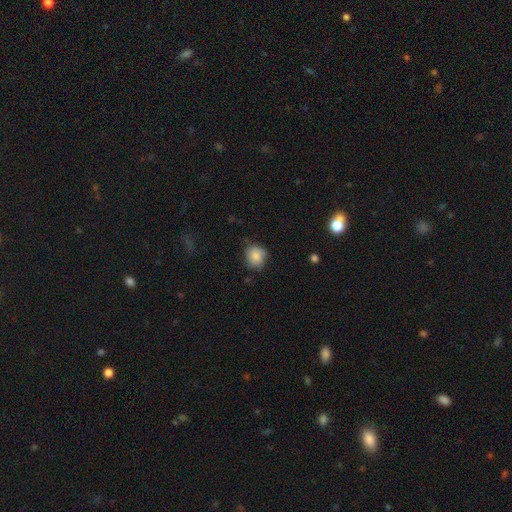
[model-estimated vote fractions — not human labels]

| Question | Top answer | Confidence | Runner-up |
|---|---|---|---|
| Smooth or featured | smooth | 82% | featured or disk (10%) |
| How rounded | round | 74% | in between (25%) |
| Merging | none | 68% | minor disturbance (25%) |